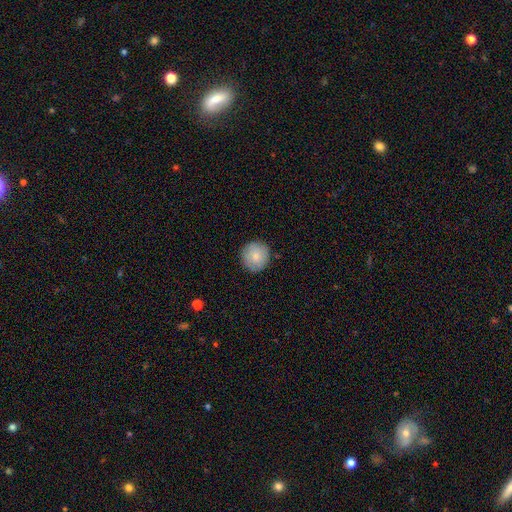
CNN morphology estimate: smooth_or_featured: smooth (p=0.81) [alt: featured or disk p=0.12]
how_rounded: round (p=0.94) [alt: in between p=0.05]
merging: none (p=0.88) [alt: minor disturbance p=0.09]